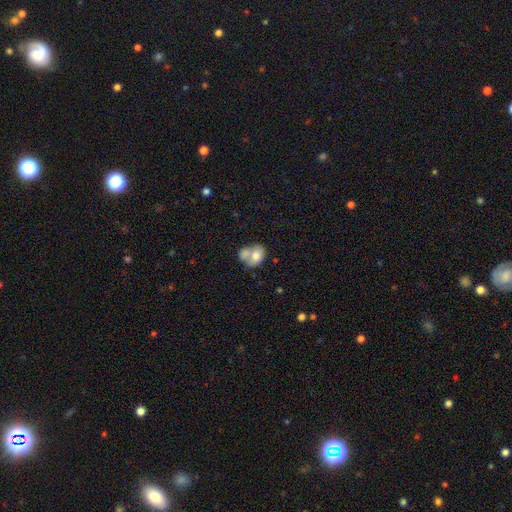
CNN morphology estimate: smooth 64%, featured or disk 28%, star or artifact 8%. Down the decision tree: how rounded — in between (59%); merging — merger (58%).